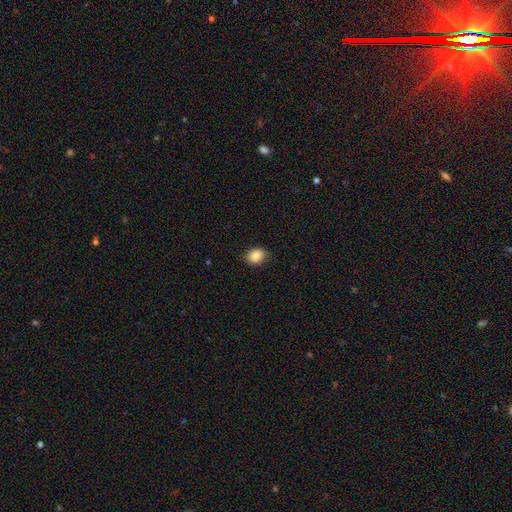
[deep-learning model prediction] This is clearly a smooth galaxy (88%). How rounded: likely in between (61%). Merging: clearly none (86%).